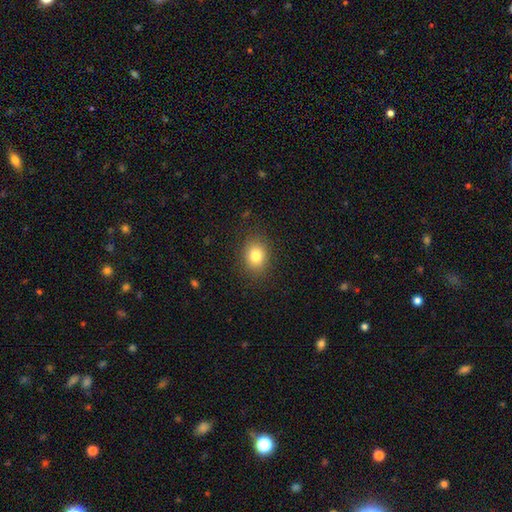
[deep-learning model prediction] This appears to be a smooth galaxy with no disk features (81%) that is in between round and cigar-shaped (52%). Merging: none (87%).